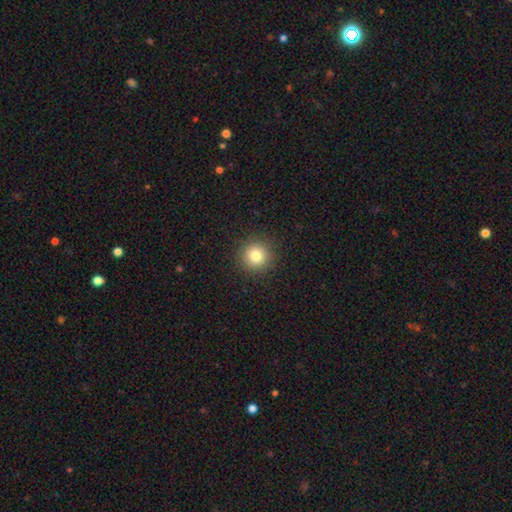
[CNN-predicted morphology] A smooth galaxy with no disk features (81%) that is round (94%).

Vote fractions:
- Smooth or featured? smooth: 81% / star or artifact: 12% / featured or disk: 7%
- How rounded? round: 94% / in between: 5% / cigar-shaped: 1%
- Merging? none: 92% / minor disturbance: 5% / major disturbance: 2% / merger: 1%